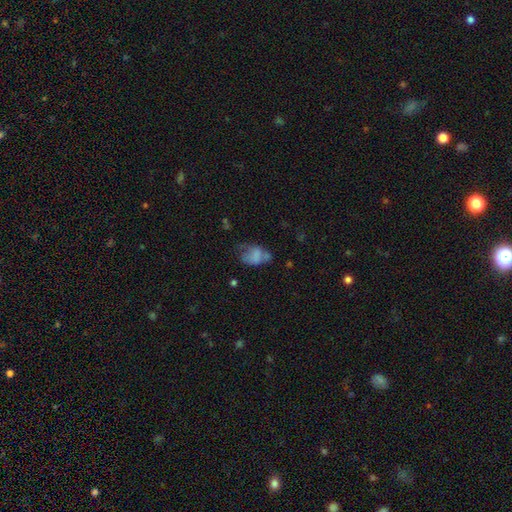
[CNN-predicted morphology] Smooth or featured?
  - smooth: 63% *
  - featured or disk: 25%
  - star or artifact: 12%
How rounded?
  - in between: 80% *
  - round: 18%
  - cigar-shaped: 2%
Merging?
  - major disturbance: 34% *
  - minor disturbance: 28%
  - none: 27%
  - merger: 11%